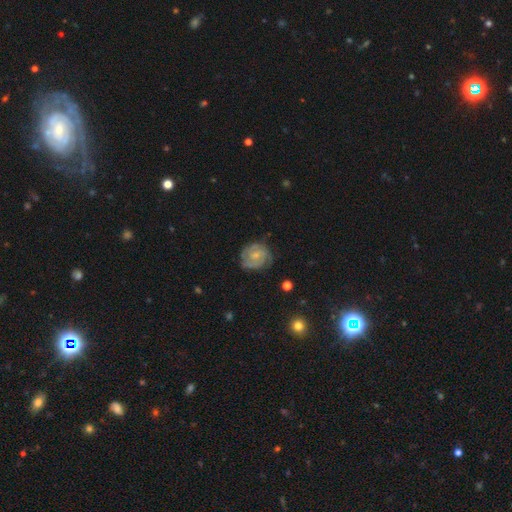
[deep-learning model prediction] Smooth or featured? Predicted: featured or disk (p=0.69). Edge-on disk? Predicted: no (p=0.98). Bar? Predicted: no (p=0.57). Spiral arms? Predicted: yes (p=0.89). Spiral winding? Predicted: tight (p=0.58). Spiral arm count? Predicted: 2 (p=0.34). Bulge size? Predicted: small (p=0.53). Merging? Predicted: none (p=0.70).